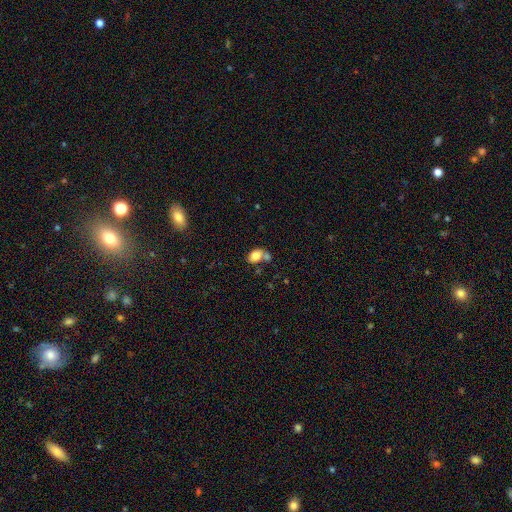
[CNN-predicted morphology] smooth_or_featured: smooth (p=0.79) [alt: featured or disk p=0.12]
how_rounded: in between (p=0.73) [alt: round p=0.26]
merging: merger (p=0.39) [alt: none p=0.38]